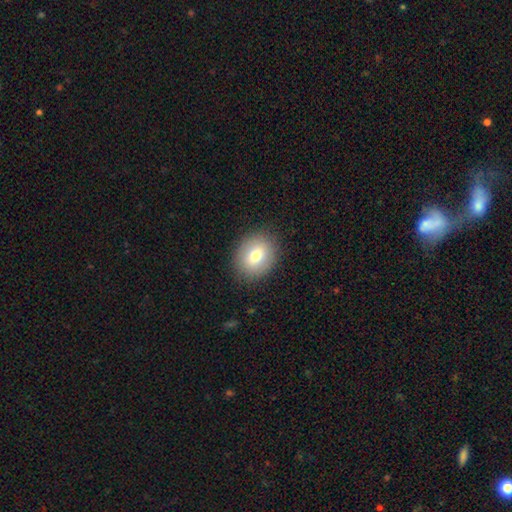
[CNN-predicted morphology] Smooth or featured: smooth — 74% (featured or disk — 16%)
How rounded: round — 57% (in between — 42%)
Merging: none — 88% (minor disturbance — 8%)